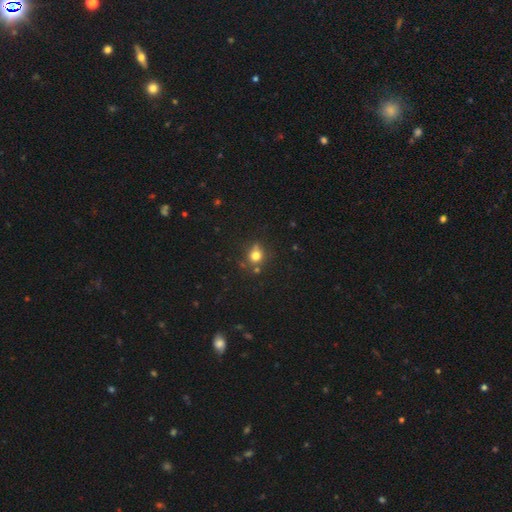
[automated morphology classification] Q: Smooth or featured?
A: smooth (74%); runner-up: star or artifact (16%)
Q: How rounded?
A: round (80%); runner-up: in between (19%)
Q: Merging?
A: none (67%); runner-up: minor disturbance (17%)